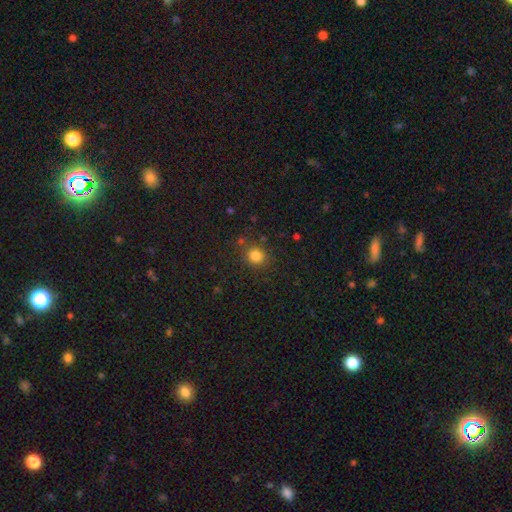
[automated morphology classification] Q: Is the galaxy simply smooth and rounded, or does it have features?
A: smooth — 82%.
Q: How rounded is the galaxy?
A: round — 82%.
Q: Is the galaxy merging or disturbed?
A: none — 83%.